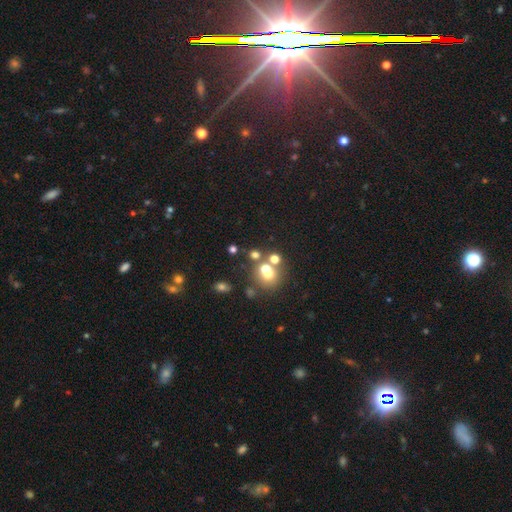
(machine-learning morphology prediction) Smooth or featured: smooth — 55% (star or artifact — 28%)
How rounded: round — 65% (in between — 34%)
Merging: none — 50% (merger — 34%)